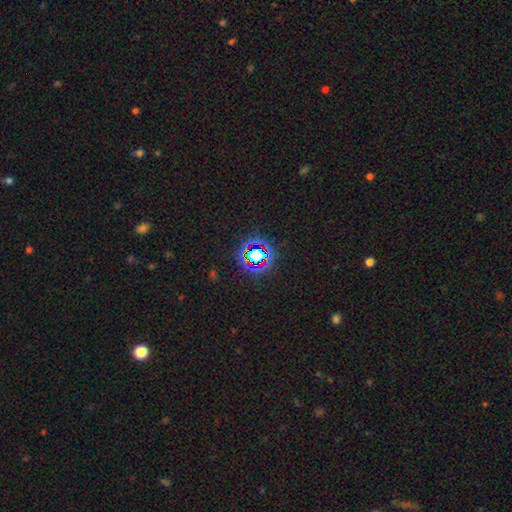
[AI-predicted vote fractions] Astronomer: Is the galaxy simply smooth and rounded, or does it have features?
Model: star or artifact — 70%.